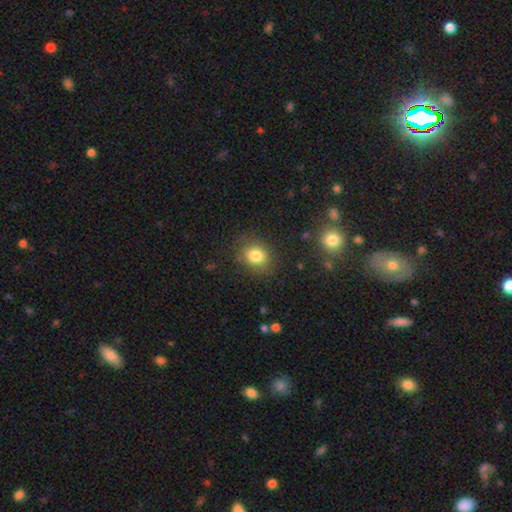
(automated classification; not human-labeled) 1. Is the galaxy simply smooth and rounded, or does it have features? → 81% smooth, 11% star or artifact, 9% featured or disk.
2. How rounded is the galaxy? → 55% round, 44% in between, 1% cigar-shaped.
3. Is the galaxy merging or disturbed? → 80% none, 14% minor disturbance, 5% major disturbance, 2% merger.